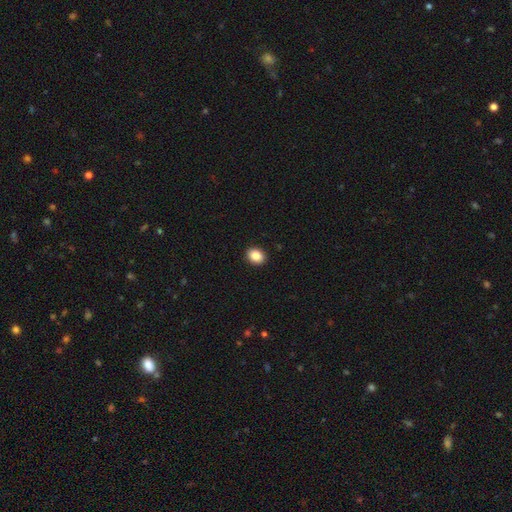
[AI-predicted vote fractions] A smooth galaxy with no disk features (88%) that is in between round and cigar-shaped (50%).

Vote fractions:
- Smooth or featured? smooth: 88% / star or artifact: 9% / featured or disk: 4%
- How rounded? in between: 50% / round: 49% / cigar-shaped: 1%
- Merging? none: 92% / minor disturbance: 5% / major disturbance: 2% / merger: 1%